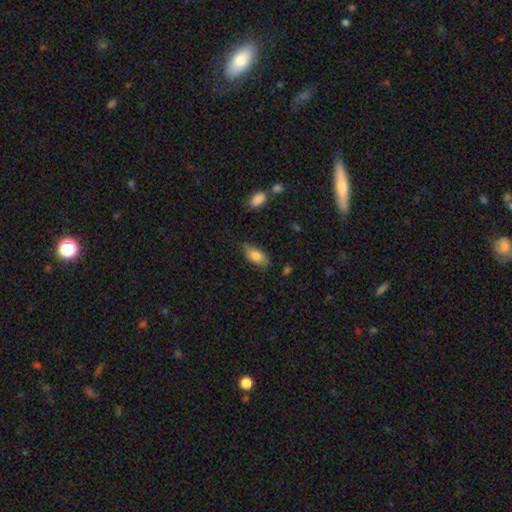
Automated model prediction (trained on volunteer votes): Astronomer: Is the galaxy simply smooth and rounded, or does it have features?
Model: smooth — 82%.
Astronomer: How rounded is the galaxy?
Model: in between — 87%.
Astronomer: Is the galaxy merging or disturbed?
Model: none — 70%.